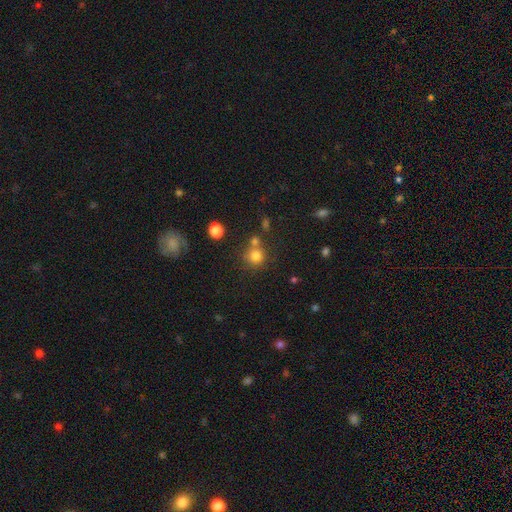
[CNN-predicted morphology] Smooth or featured: smooth — 78% (star or artifact — 14%)
How rounded: round — 90% (in between — 9%)
Merging: none — 64% (merger — 23%)